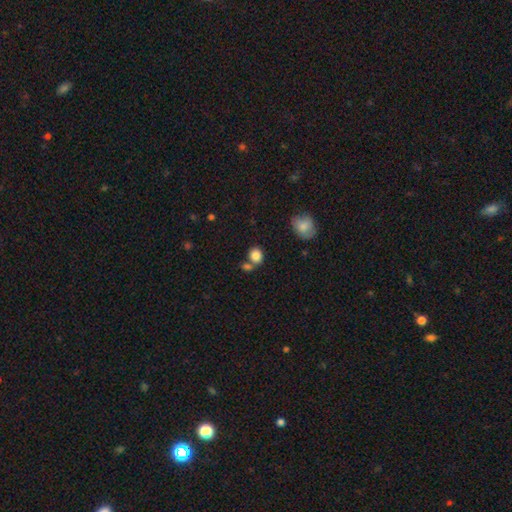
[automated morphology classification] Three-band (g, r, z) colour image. It shows a smooth galaxy with no disk features (84%) that is round (66%). Merging: none (56%).